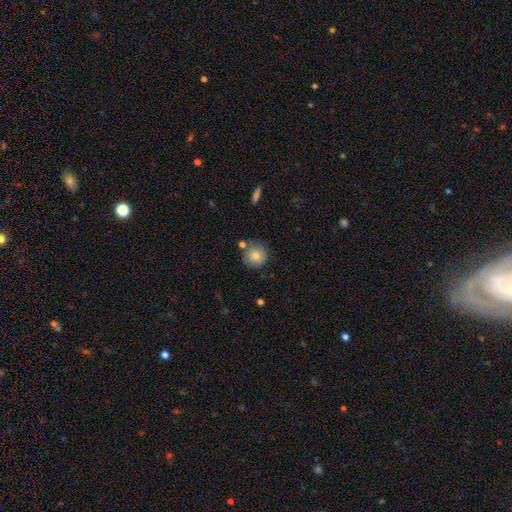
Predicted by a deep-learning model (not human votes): This appears to be a smooth galaxy with no disk features (81%) that is round (94%). Merging: none (77%).